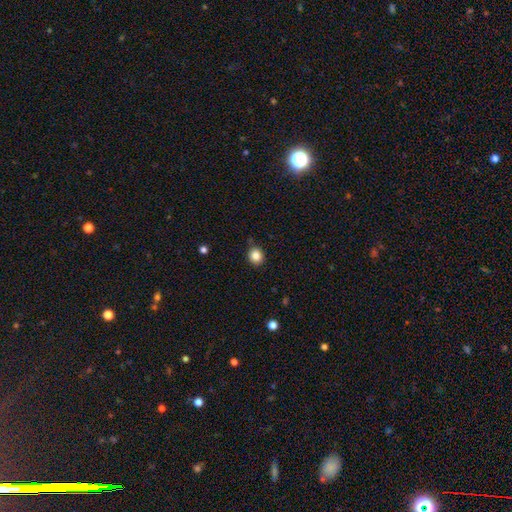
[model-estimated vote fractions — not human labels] Smooth or featured? Predicted: smooth (p=0.85). How rounded? Predicted: round (p=0.80). Merging? Predicted: none (p=0.87).